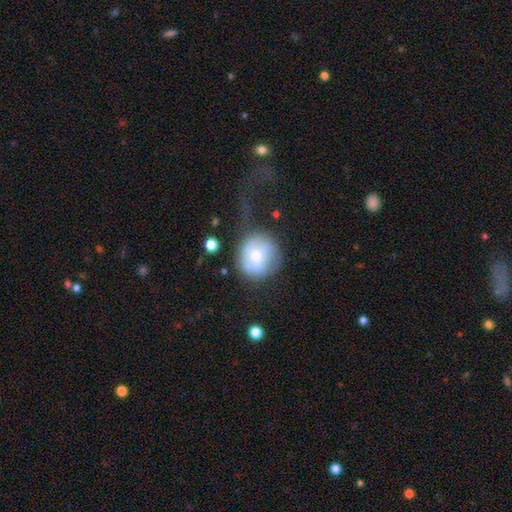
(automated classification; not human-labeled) Morphology: type=featured or disk (47%); merging=none (40%).